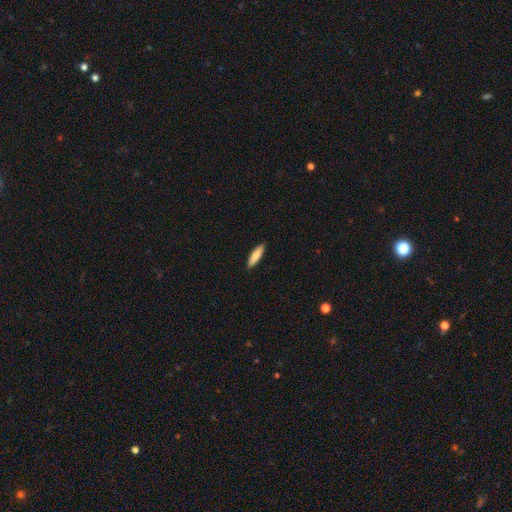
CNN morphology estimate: This is clearly a smooth galaxy (81%). How rounded: possibly cigar-shaped (59%). Merging: clearly none (91%).